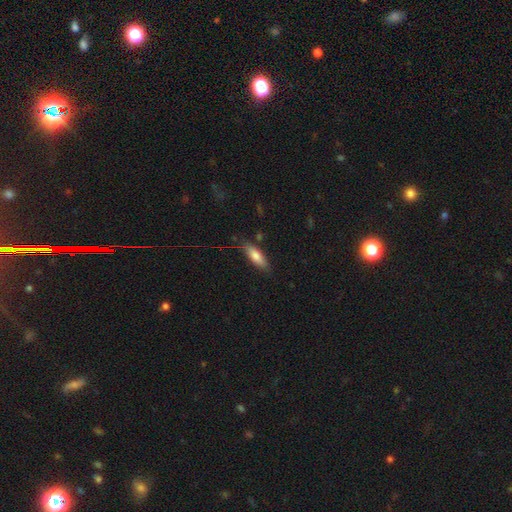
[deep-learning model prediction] Q: Smooth or featured?
A: smooth (75%); runner-up: featured or disk (19%)
Q: How rounded?
A: in between (51%); runner-up: cigar-shaped (47%)
Q: Merging?
A: none (78%); runner-up: minor disturbance (16%)